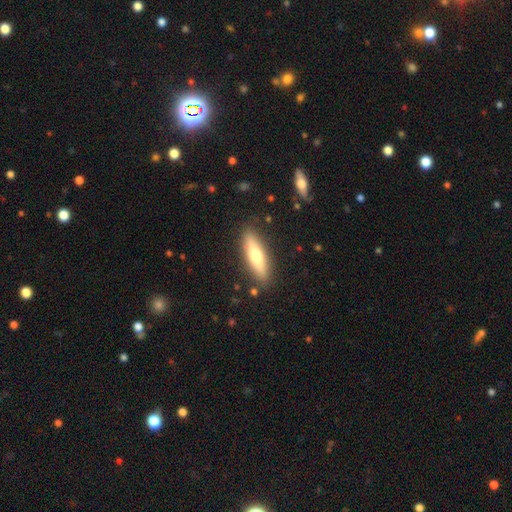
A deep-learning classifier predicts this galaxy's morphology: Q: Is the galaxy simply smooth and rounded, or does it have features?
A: smooth — 58%.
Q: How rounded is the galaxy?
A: cigar-shaped — 62%.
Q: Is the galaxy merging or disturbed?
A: none — 87%.